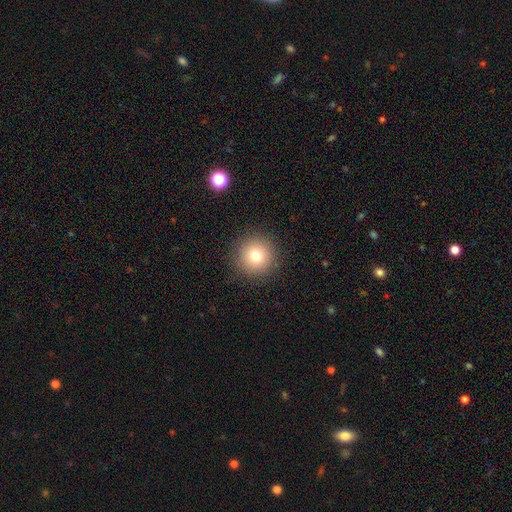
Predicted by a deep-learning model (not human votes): A smooth galaxy with no disk features (77%) that is round (96%).

Vote fractions:
- Smooth or featured? smooth: 77% / star or artifact: 13% / featured or disk: 11%
- How rounded? round: 96% / in between: 4% / cigar-shaped: 1%
- Merging? none: 91% / minor disturbance: 6% / major disturbance: 2% / merger: 1%